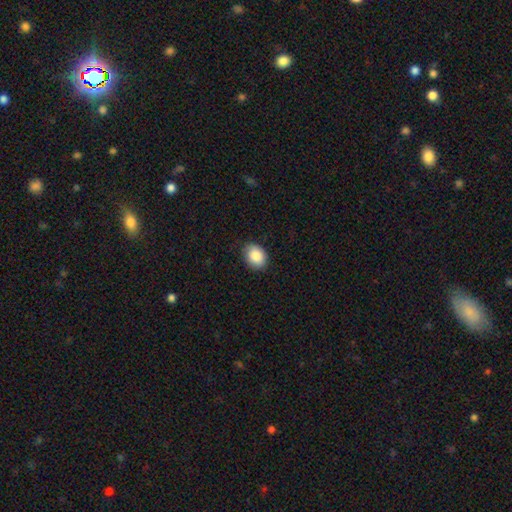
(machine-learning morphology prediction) Smooth or featured: smooth — 86% (star or artifact — 8%)
How rounded: in between — 58% (round — 41%)
Merging: none — 79% (minor disturbance — 17%)